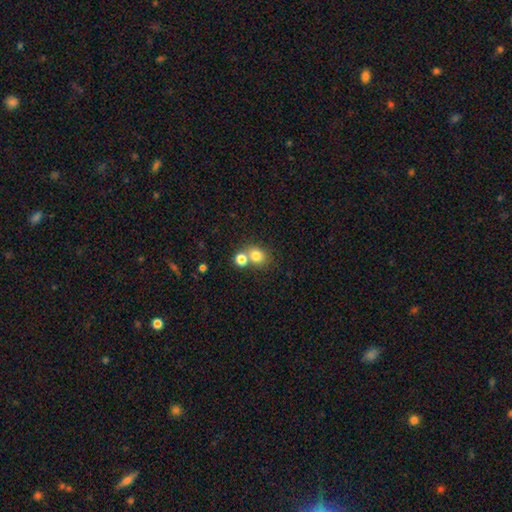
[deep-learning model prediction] This appears to be a smooth galaxy with no disk features (79%) that is round (75%). Merging: none (49%).